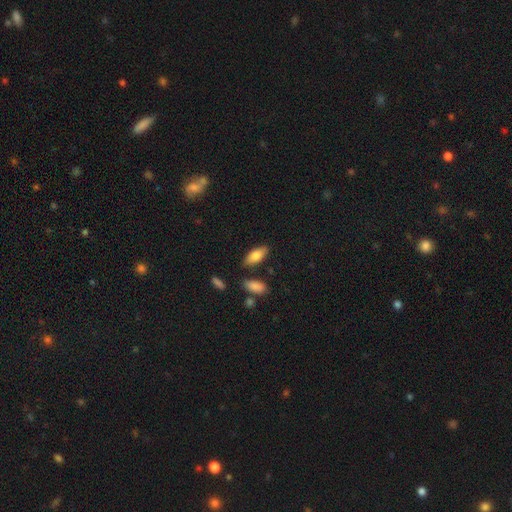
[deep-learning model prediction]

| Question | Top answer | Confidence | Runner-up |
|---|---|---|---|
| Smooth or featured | smooth | 80% | featured or disk (14%) |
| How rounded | in between | 83% | cigar-shaped (15%) |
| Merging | none | 80% | minor disturbance (13%) |